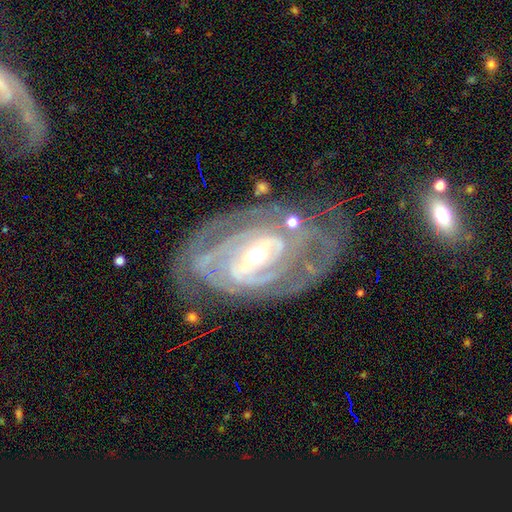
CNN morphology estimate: Q: Smooth or featured?
A: featured or disk (88%); runner-up: smooth (6%)
Q: Edge-on disk?
A: no (95%); runner-up: yes (5%)
Q: Bar?
A: strong (41%); runner-up: weak (34%)
Q: Spiral arms?
A: yes (90%); runner-up: no (10%)
Q: Spiral winding?
A: tight (62%); runner-up: medium (28%)
Q: Spiral arm count?
A: 2 (38%); runner-up: can't tell (29%)
Q: Bulge size?
A: moderate (62%); runner-up: small (30%)
Q: Merging?
A: none (61%); runner-up: minor disturbance (20%)